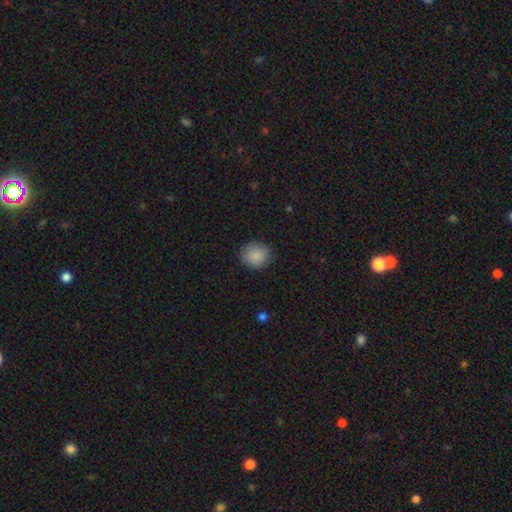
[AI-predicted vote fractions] The model was most divided on "how rounded": round: 85%, in between: 14%, cigar-shaped: 1%. More confident: smooth or featured — smooth (88%); merging — none (86%).